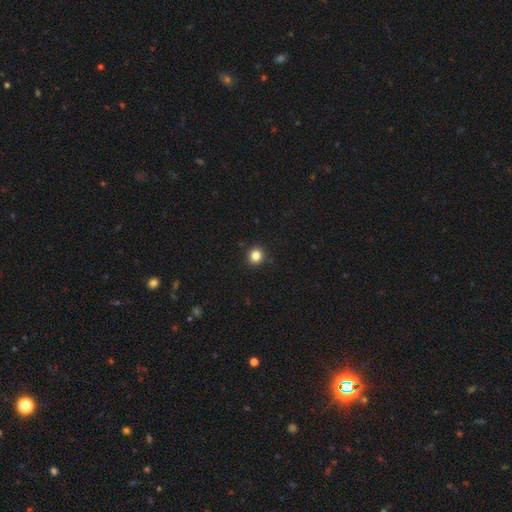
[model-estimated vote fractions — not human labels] smooth-or-featured: smooth: 84% | star or artifact: 12% | featured or disk: 4%
  how-rounded: round: 89% | in between: 10% | cigar-shaped: 1%
  merging: none: 92% | minor disturbance: 5% | major disturbance: 2% | merger: 1%